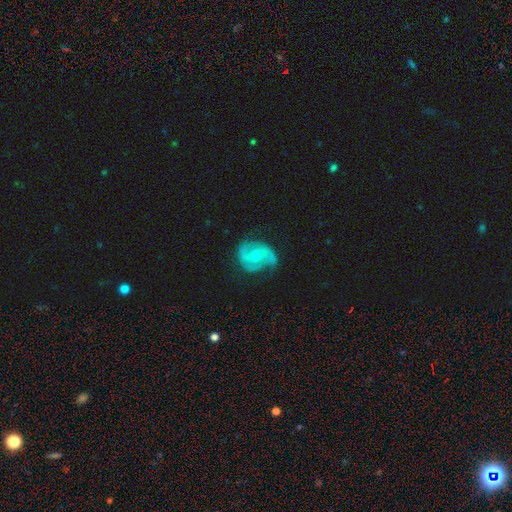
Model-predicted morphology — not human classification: smooth_or_featured: featured or disk (p=0.75) [alt: smooth p=0.19]
disk_edge_on: no (p=0.97) [alt: yes p=0.03]
bar: no (p=0.61) [alt: weak p=0.31]
has_spiral_arms: yes (p=0.88) [alt: no p=0.12]
spiral_winding: medium (p=0.46) [alt: tight p=0.31]
spiral_arm_count: 2 (p=0.72) [alt: can't tell p=0.11]
bulge_size: moderate (p=0.58) [alt: small p=0.37]
merging: none (p=0.57) [alt: minor disturbance p=0.29]